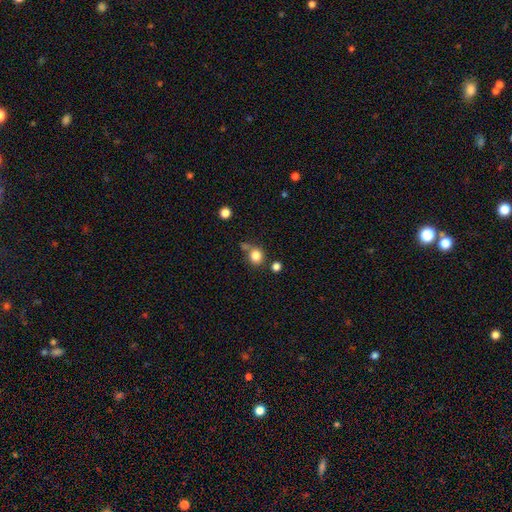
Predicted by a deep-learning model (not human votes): This appears to be a smooth galaxy with no disk features (83%) that is round (85%). Merging: none (62%).